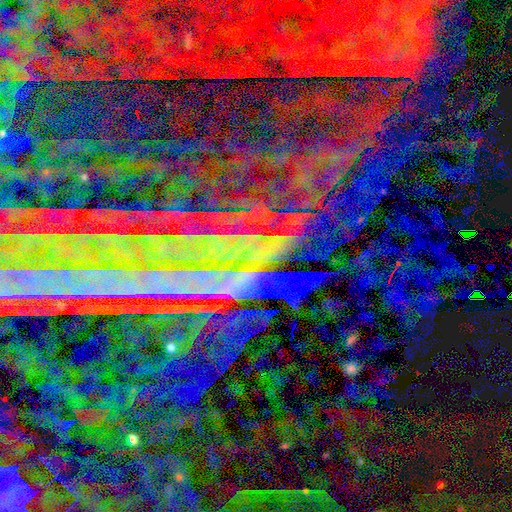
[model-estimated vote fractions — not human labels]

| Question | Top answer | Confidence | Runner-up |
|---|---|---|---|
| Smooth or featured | star or artifact | 87% | featured or disk (7%) |